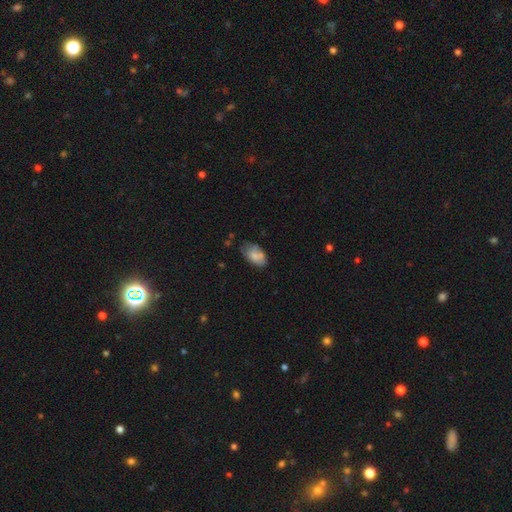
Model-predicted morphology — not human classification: Q: Smooth or featured?
A: smooth (73%); runner-up: featured or disk (19%)
Q: How rounded?
A: in between (93%); runner-up: round (6%)
Q: Merging?
A: none (57%); runner-up: minor disturbance (30%)